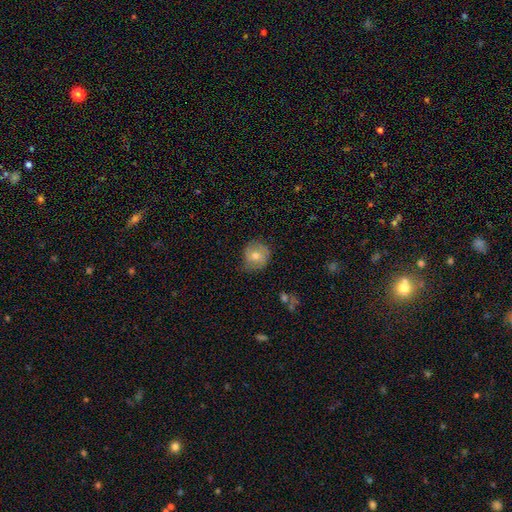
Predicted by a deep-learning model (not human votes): A smooth galaxy with no disk features (60%) that is round (85%).

Vote fractions:
- Smooth or featured? smooth: 60% / featured or disk: 31% / star or artifact: 9%
- How rounded? round: 85% / in between: 14% / cigar-shaped: 1%
- Merging? none: 72% / minor disturbance: 22% / major disturbance: 5% / merger: 1%